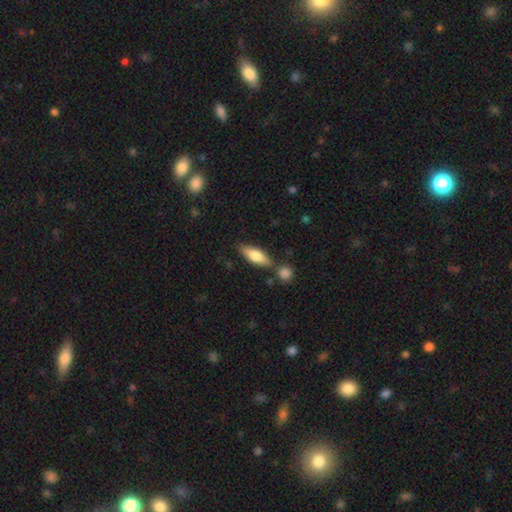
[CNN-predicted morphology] smooth_or_featured: smooth (p=0.67) [alt: featured or disk p=0.27]
how_rounded: in between (p=0.55) [alt: cigar-shaped p=0.42]
merging: none (p=0.74) [alt: minor disturbance p=0.13]